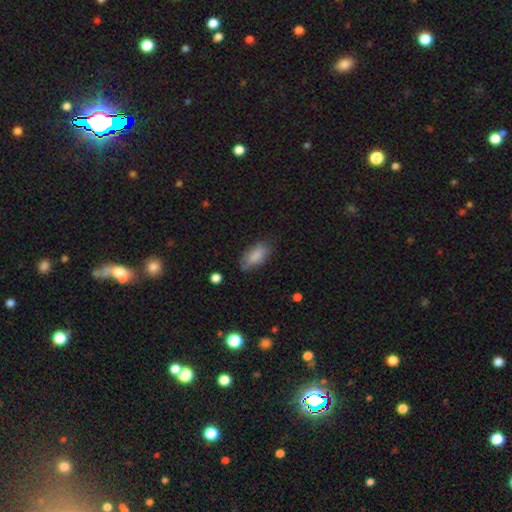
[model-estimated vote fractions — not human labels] Morphology: type=smooth (85%); roundness=in between (88%); merging=none (75%).